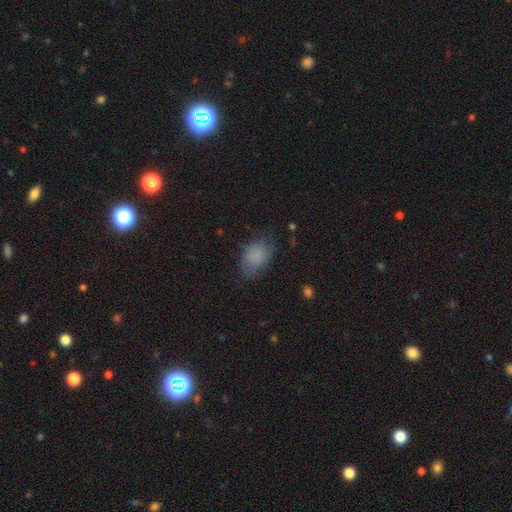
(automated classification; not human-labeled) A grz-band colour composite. It shows a smooth galaxy with no disk features (80%) that is in between round and cigar-shaped (81%). Merging: none (63%).